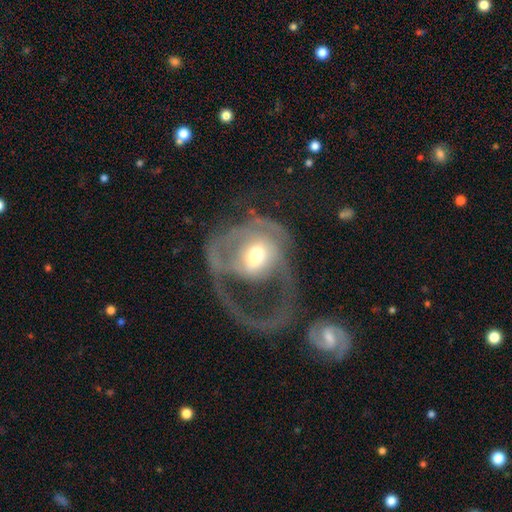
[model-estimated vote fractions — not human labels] Smooth or featured? Predicted: featured or disk (p=0.69). Edge-on disk? Predicted: no (p=0.96). Bar? Predicted: no (p=0.51). Spiral arms? Predicted: yes (p=0.62). Bulge size? Predicted: moderate (p=0.63). Merging? Predicted: major disturbance (p=0.67).